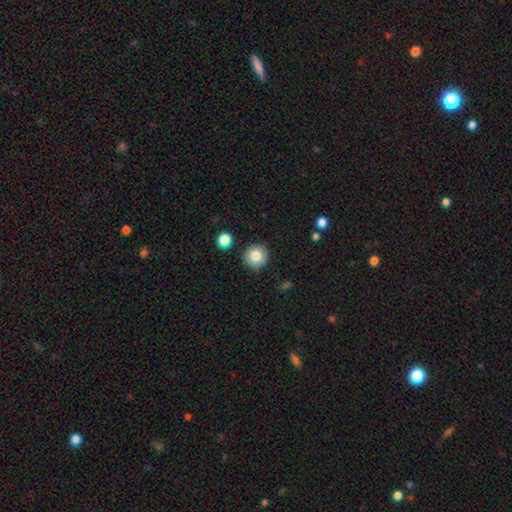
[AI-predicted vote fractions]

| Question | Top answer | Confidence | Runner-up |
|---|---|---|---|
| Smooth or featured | smooth | 80% | featured or disk (11%) |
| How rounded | round | 93% | in between (6%) |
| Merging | none | 88% | minor disturbance (8%) |